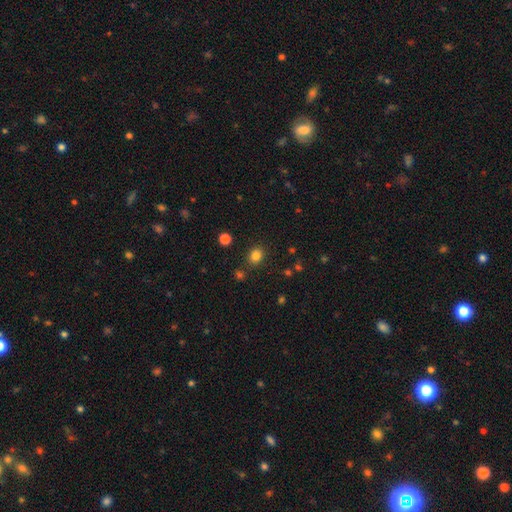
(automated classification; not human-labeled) A smooth galaxy with no disk features (82%) that is round (58%).

Vote fractions:
- Smooth or featured? smooth: 82% / star or artifact: 13% / featured or disk: 5%
- How rounded? round: 58% / in between: 41% / cigar-shaped: 1%
- Merging? none: 84% / minor disturbance: 9% / merger: 4% / major disturbance: 3%